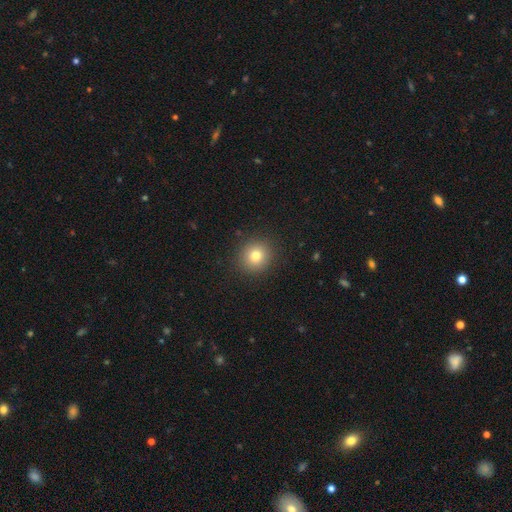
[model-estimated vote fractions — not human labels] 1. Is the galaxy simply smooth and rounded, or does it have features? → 79% smooth, 13% star or artifact, 9% featured or disk.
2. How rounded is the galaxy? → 91% round, 8% in between, 1% cigar-shaped.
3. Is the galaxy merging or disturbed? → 90% none, 6% minor disturbance, 2% major disturbance, 1% merger.